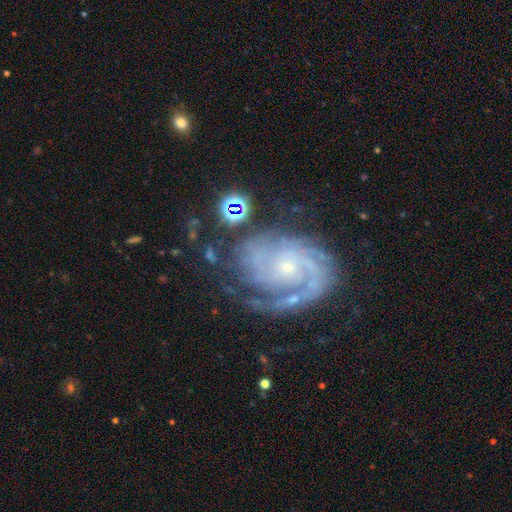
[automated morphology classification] This appears to be a featured or disk galaxy (89%) with no bar (71%), 2 (33%) tight (63%) spiral arms (98%) and a small central bulge (76%). Merging: none (61%).